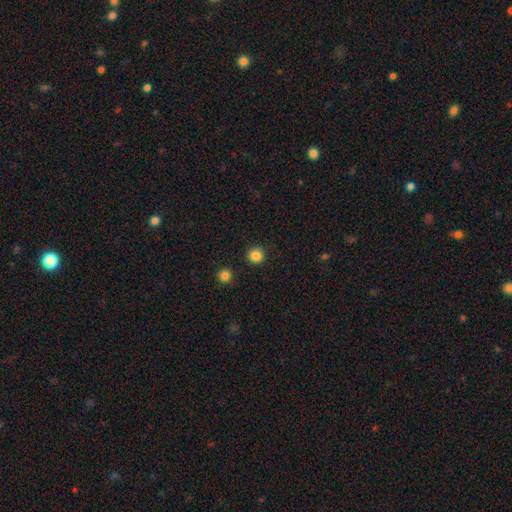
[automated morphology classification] Overall: smooth (84%). How rounded: round (94%). Merging: none (90%).